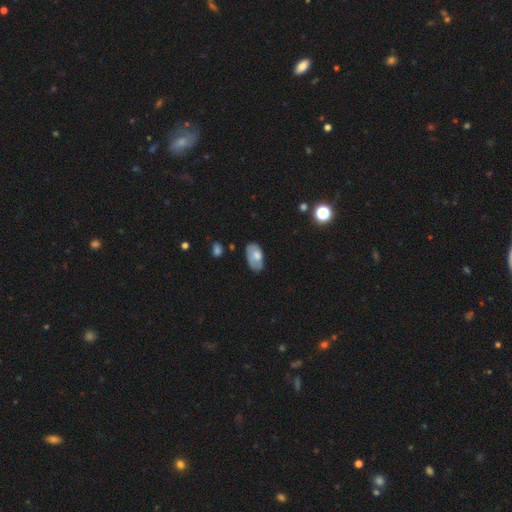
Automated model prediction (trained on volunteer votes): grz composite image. It shows a smooth galaxy with no disk features (65%) that is in between round and cigar-shaped (93%). Merging: none (57%).